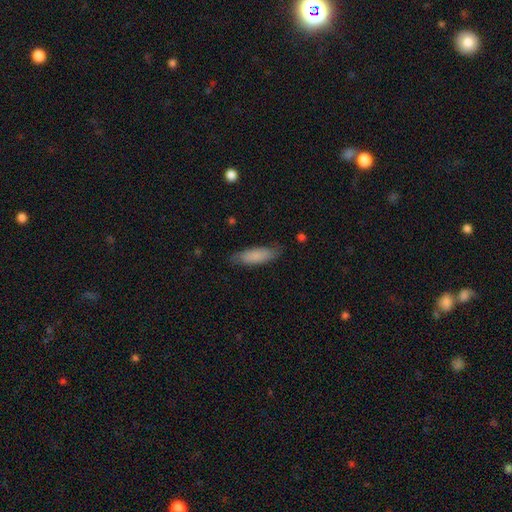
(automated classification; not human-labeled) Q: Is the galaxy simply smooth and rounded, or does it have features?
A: smooth — 80%.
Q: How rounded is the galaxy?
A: in between — 60%.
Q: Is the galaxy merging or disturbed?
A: none — 76%.